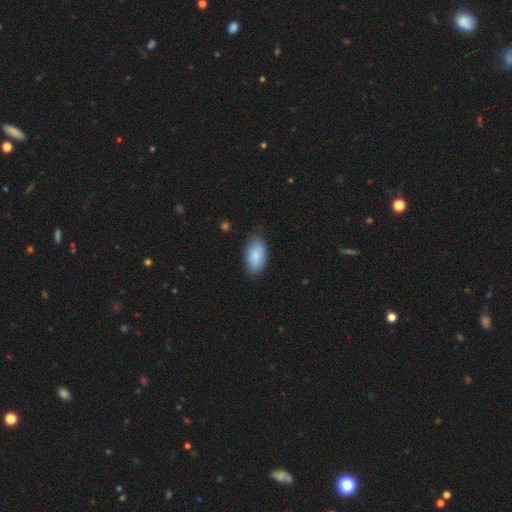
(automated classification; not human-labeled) smooth 86%, featured or disk 8%, star or artifact 6%. Down the decision tree: how rounded — in between (93%); merging — none (77%).